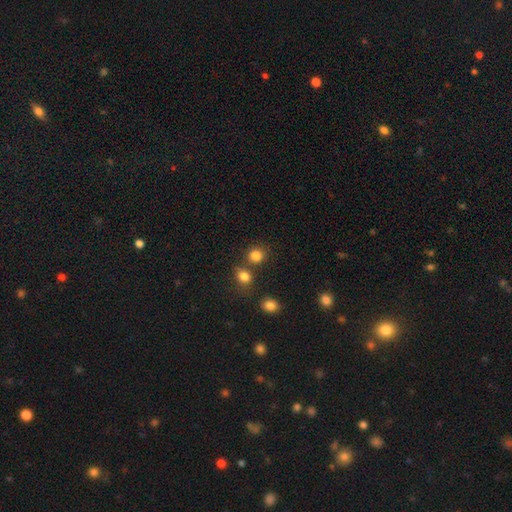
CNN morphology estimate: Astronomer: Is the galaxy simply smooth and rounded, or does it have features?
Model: smooth — 82%.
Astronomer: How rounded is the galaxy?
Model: round — 83%.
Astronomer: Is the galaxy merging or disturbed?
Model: none — 69%.